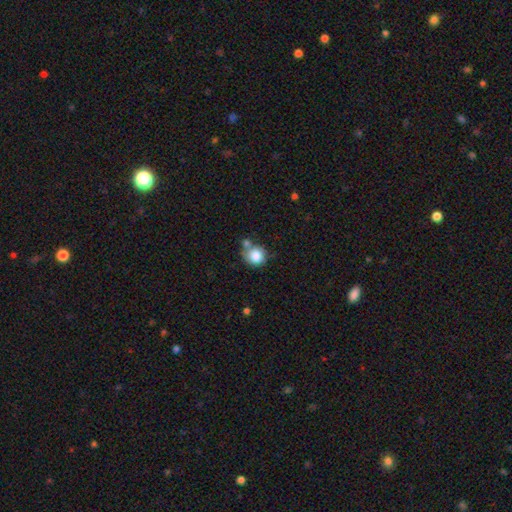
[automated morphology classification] Smooth or featured: smooth — 83% (star or artifact — 9%)
How rounded: round — 87% (in between — 12%)
Merging: none — 57% (merger — 22%)